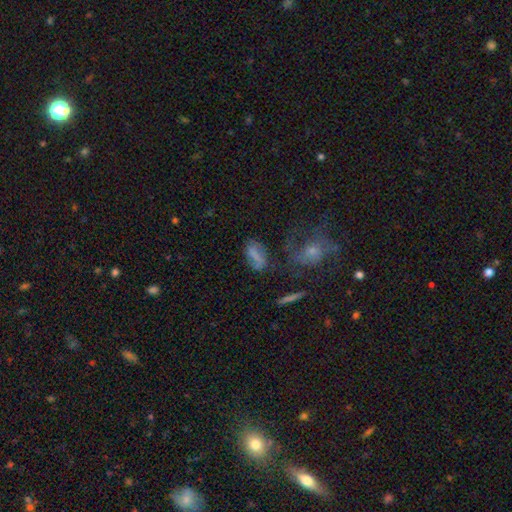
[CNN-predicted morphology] This appears to be a smooth galaxy with no disk features (61%) that is in between round and cigar-shaped (80%). Merging: none (58%).